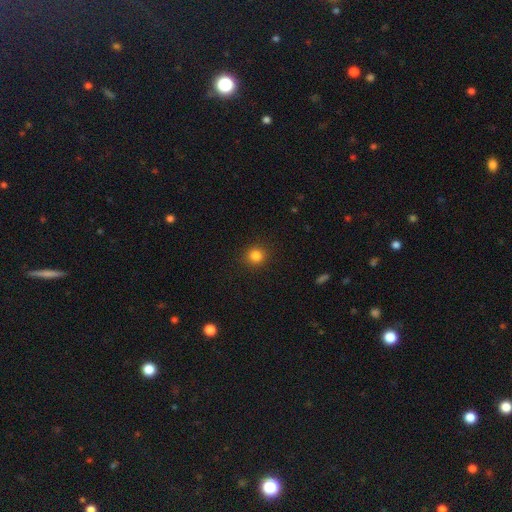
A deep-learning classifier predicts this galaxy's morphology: Smooth or featured? Predicted: smooth (p=0.83). How rounded? Predicted: round (p=0.90). Merging? Predicted: none (p=0.91).